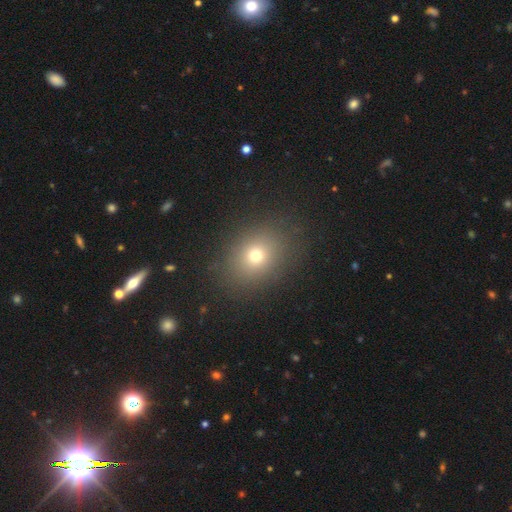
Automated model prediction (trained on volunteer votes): Morphology: type=smooth (71%); roundness=round (51%); merging=none (85%).